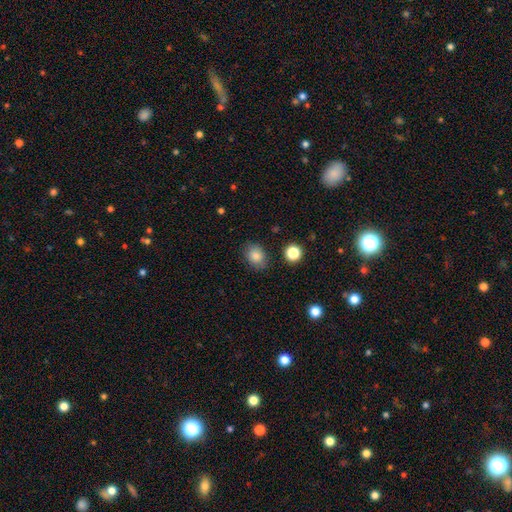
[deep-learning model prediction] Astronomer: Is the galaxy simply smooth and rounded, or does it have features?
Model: smooth — 84%.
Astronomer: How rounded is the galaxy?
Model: in between — 55% (runner-up: round, 44%).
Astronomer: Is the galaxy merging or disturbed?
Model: none — 83%.